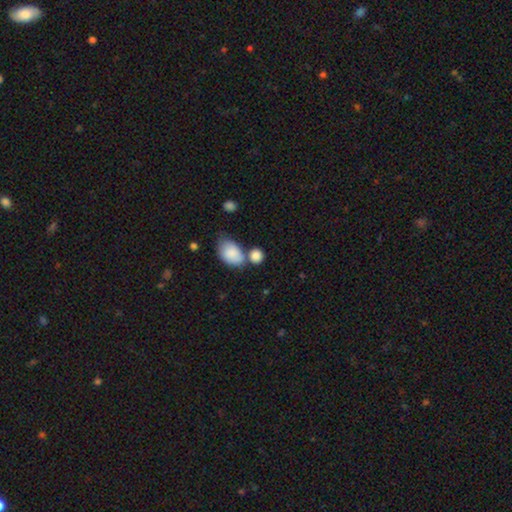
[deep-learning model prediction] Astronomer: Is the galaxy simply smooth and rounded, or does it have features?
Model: smooth — 87%.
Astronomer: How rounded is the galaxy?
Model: in between — 54% (runner-up: round, 45%).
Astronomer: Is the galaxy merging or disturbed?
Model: none — 44% (runner-up: merger, 36%).